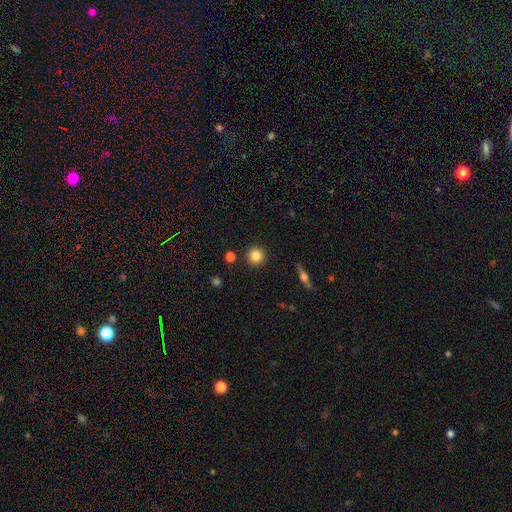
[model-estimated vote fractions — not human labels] Morphology: type=smooth (84%); roundness=round (94%); merging=none (91%).